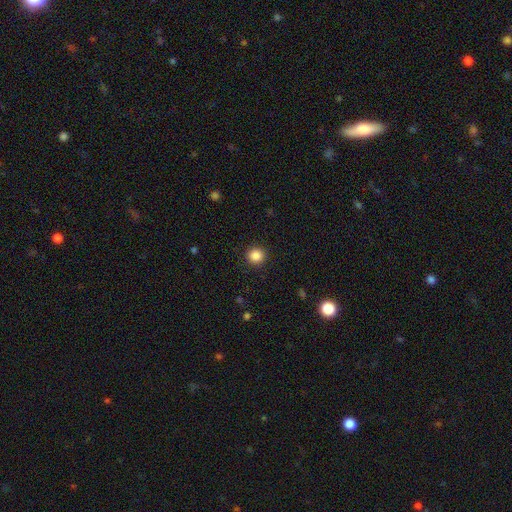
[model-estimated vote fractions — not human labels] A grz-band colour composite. It shows a smooth galaxy with no disk features (86%) that is round (93%). Merging: none (92%).